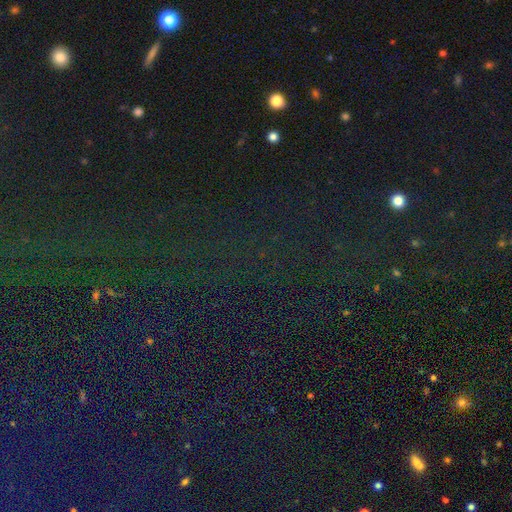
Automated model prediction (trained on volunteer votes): Smooth or featured?
  - star or artifact: 82% *
  - smooth: 11%
  - featured or disk: 7%